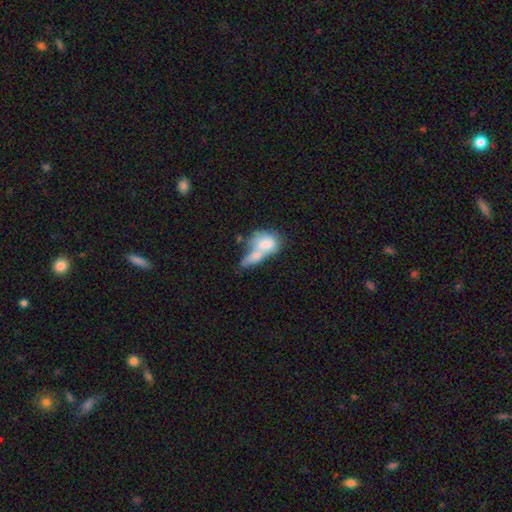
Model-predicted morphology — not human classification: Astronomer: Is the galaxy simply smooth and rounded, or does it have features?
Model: smooth — 70%.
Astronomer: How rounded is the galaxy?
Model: in between — 72%.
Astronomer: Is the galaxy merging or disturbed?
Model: merger — 69%.